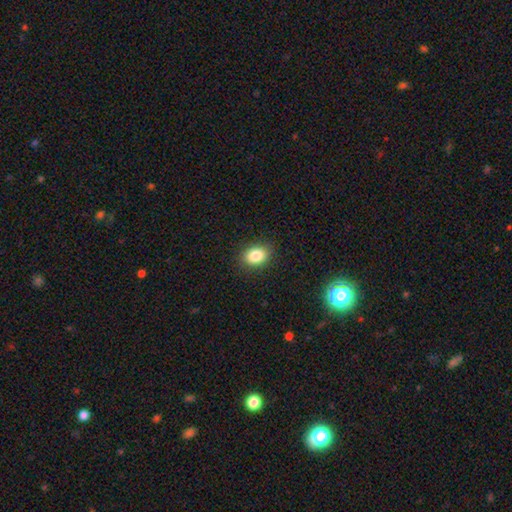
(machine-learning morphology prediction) A smooth galaxy with no disk features (85%) that is in between round and cigar-shaped (70%). Merging: none (88%).